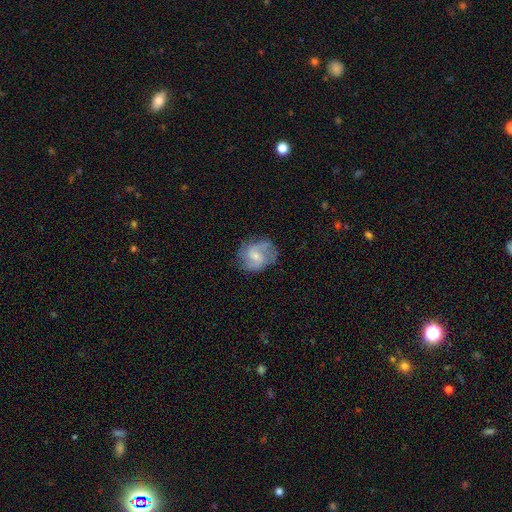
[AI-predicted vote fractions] Smooth or featured? Predicted: featured or disk (p=0.69). Edge-on disk? Predicted: no (p=0.98). Bar? Predicted: weak (p=0.47). Spiral arms? Predicted: yes (p=0.91). Spiral winding? Predicted: medium (p=0.49). Spiral arm count? Predicted: 2 (p=0.70). Bulge size? Predicted: small (p=0.57). Merging? Predicted: none (p=0.68).